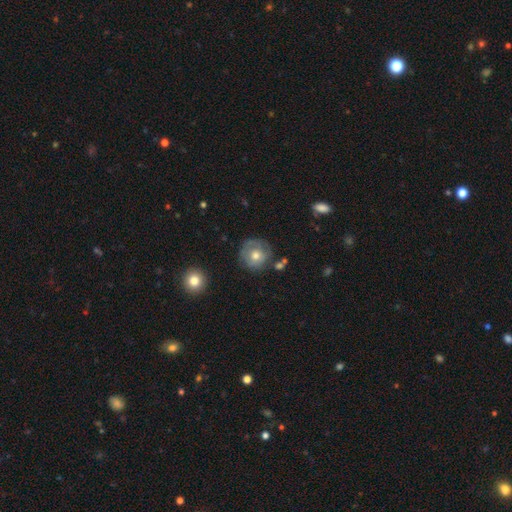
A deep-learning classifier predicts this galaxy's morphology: smooth_or_featured: smooth (p=0.60) [alt: featured or disk p=0.31]
how_rounded: round (p=0.92) [alt: in between p=0.07]
merging: none (p=0.71) [alt: minor disturbance p=0.18]